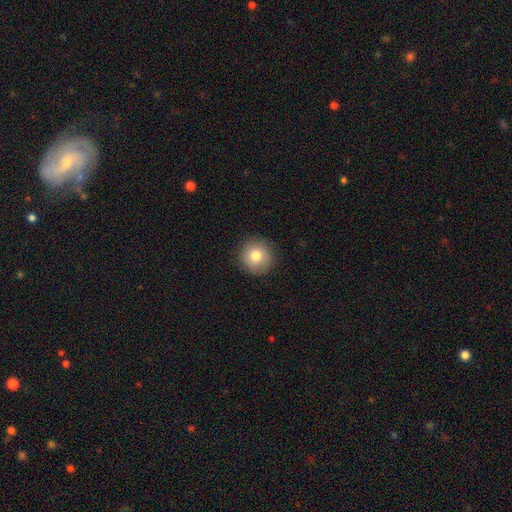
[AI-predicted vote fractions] This appears to be a smooth galaxy with no disk features (79%) that is round (94%). Merging: none (89%).